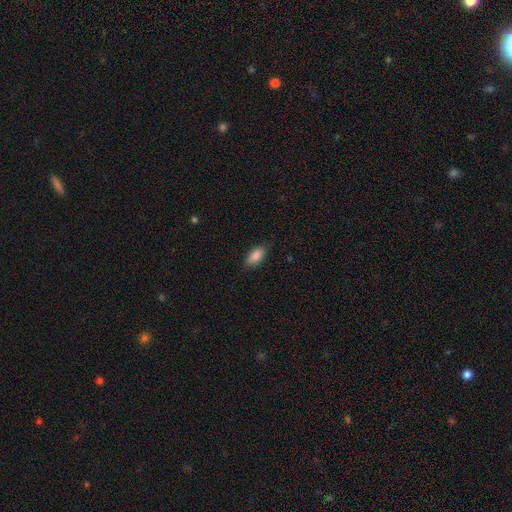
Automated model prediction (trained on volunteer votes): Smooth or featured? Predicted: smooth (p=0.82). How rounded? Predicted: in between (p=0.87). Merging? Predicted: none (p=0.78).